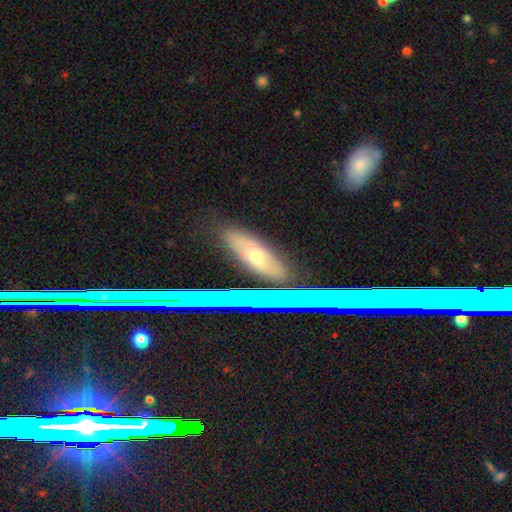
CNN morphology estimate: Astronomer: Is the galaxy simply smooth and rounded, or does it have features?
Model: smooth — 47% (runner-up: featured or disk, 37%).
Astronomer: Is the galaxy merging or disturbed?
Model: none — 80%.